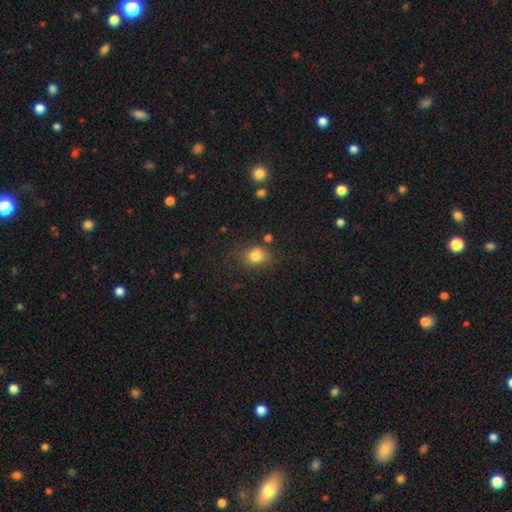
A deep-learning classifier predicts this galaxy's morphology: Overall: smooth (80%). How rounded: round (58%; in between 41%). Merging: none (73%).